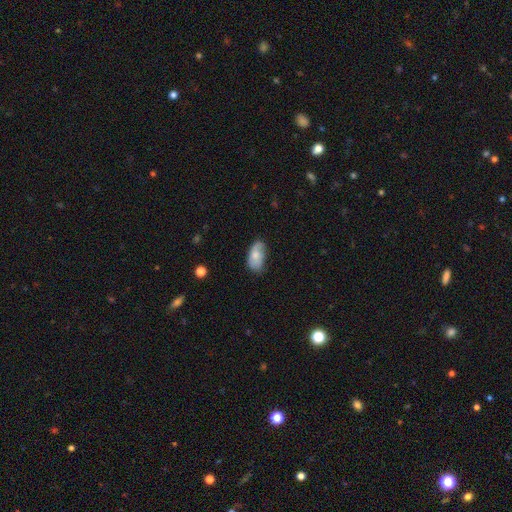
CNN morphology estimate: Overall: smooth (68%). How rounded: in between (93%). Merging: none (62%; minor disturbance 29%).